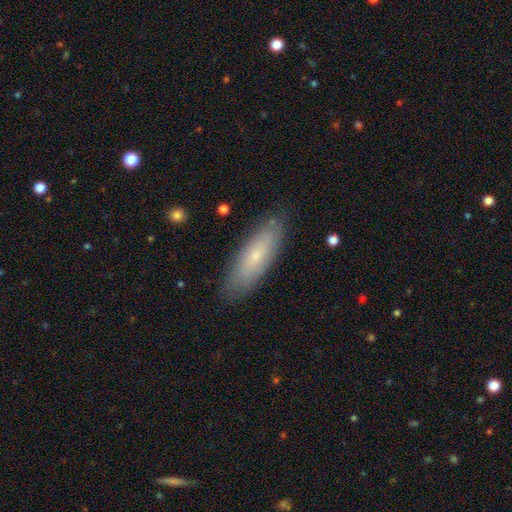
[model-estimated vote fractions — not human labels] Smooth or featured: smooth — 59% (featured or disk — 34%)
How rounded: in between — 52% (cigar-shaped — 46%)
Merging: none — 84% (minor disturbance — 12%)